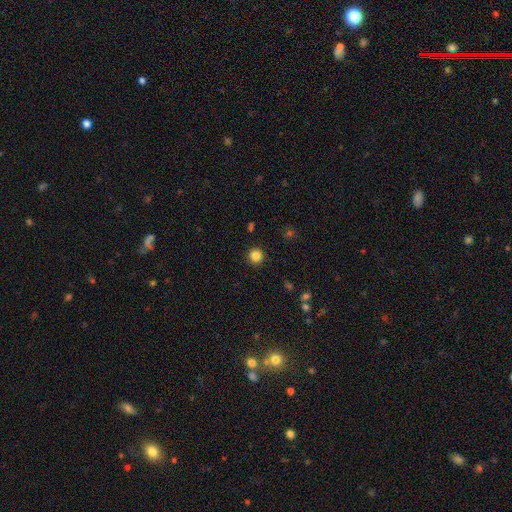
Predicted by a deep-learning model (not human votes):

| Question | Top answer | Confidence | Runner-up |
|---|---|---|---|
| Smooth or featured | smooth | 85% | star or artifact (11%) |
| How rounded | round | 95% | in between (4%) |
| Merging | none | 92% | minor disturbance (5%) |